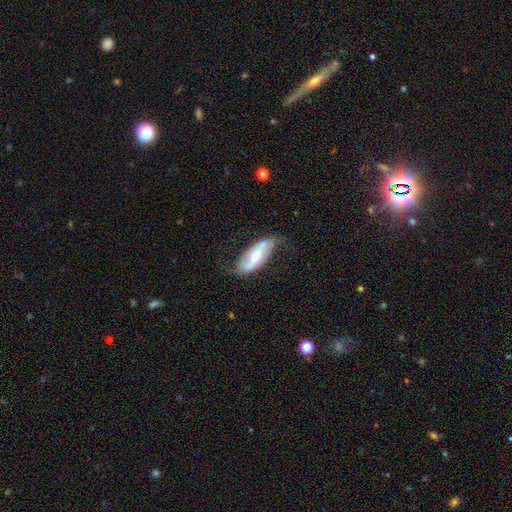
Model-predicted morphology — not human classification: type=featured or disk (68%); edge-on=no (85%); bar=strong (38%); spiral arms=yes (74%); bulge=moderate (70%); merging=none (63%).